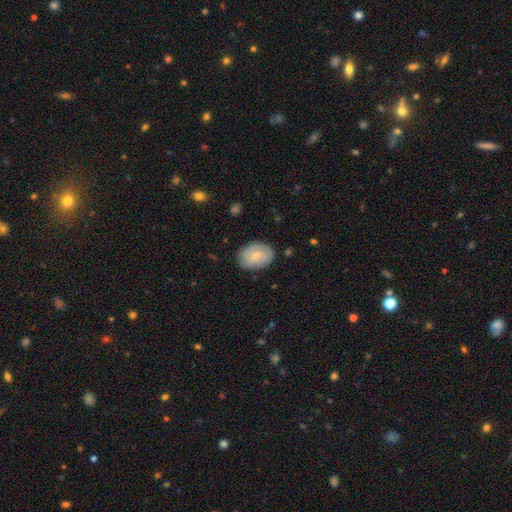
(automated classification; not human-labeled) smooth 49%, featured or disk 44%, star or artifact 7%. Down the decision tree: merging — none (78%).